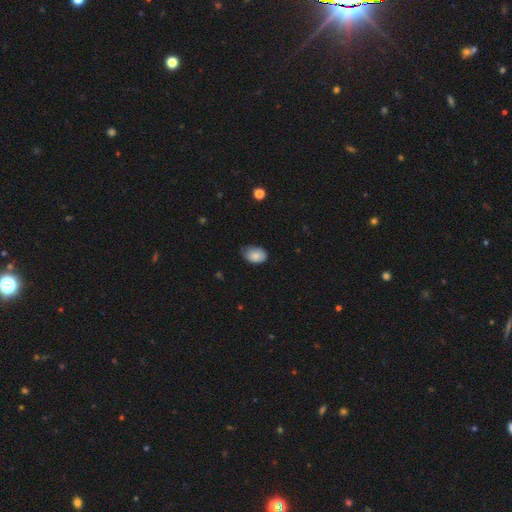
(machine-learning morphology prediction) smooth 82%, featured or disk 11%, star or artifact 7%. Down the decision tree: how rounded — in between (85%); merging — none (56%).